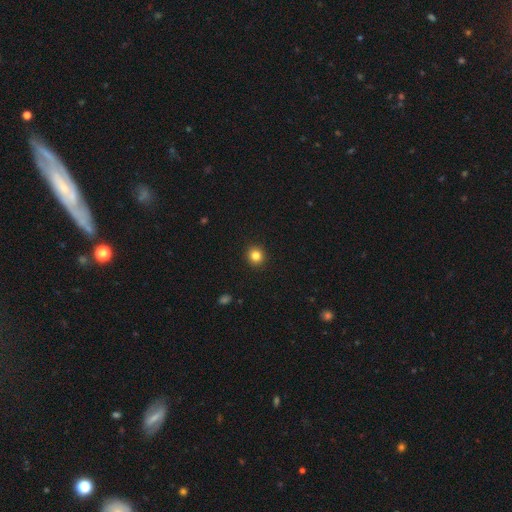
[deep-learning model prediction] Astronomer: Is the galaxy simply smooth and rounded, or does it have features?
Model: smooth — 83%.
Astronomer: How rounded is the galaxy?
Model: round — 92%.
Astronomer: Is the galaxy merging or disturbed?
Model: none — 93%.